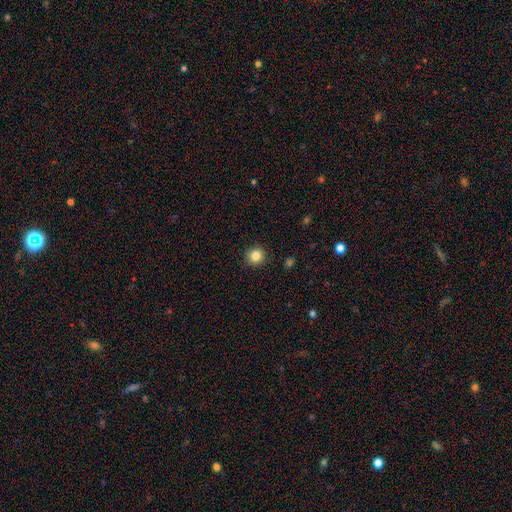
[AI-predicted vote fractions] The model was most divided on "smooth or featured": smooth: 85%, star or artifact: 11%, featured or disk: 4%. More confident: merging — none (90%); how rounded — round (90%).